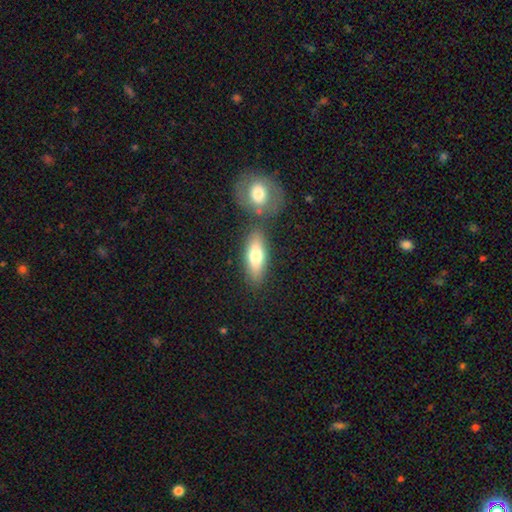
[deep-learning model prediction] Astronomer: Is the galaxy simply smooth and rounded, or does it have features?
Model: smooth — 69%.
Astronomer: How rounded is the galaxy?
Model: in between — 65%.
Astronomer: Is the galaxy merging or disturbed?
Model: none — 73%.